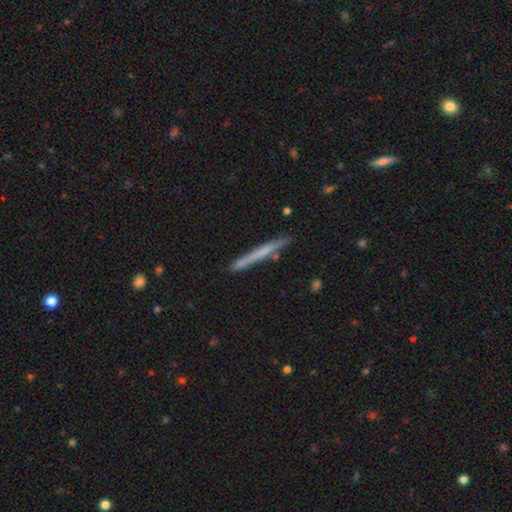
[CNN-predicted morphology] Smooth or featured? Predicted: smooth (p=0.49). Merging? Predicted: none (p=0.87).